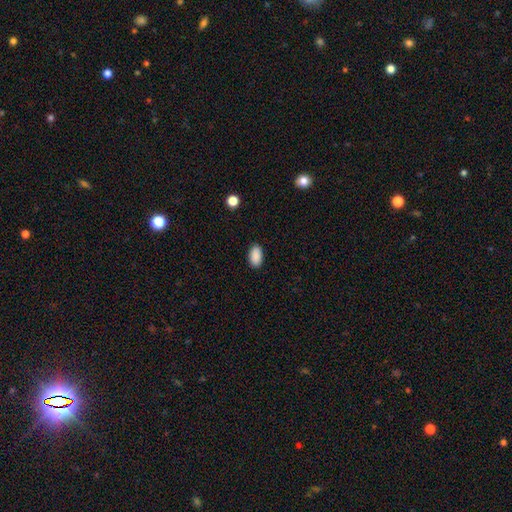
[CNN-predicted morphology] Smooth or featured?
  - smooth: 90% *
  - star or artifact: 8%
  - featured or disk: 2%
How rounded?
  - in between: 93% *
  - round: 5%
  - cigar-shaped: 2%
Merging?
  - none: 89% *
  - minor disturbance: 8%
  - major disturbance: 2%
  - merger: 1%